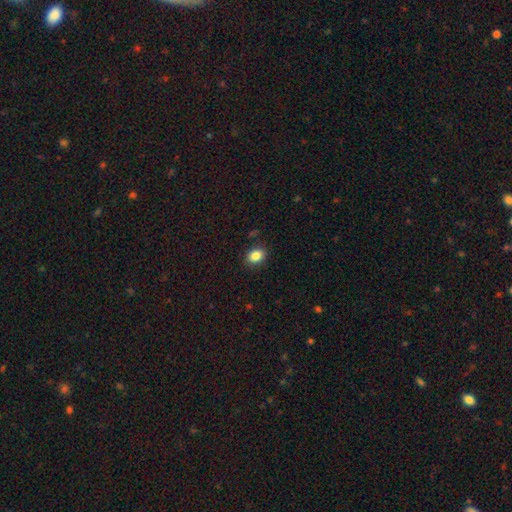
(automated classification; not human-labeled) This appears to be a smooth galaxy with no disk features (86%) that is in between round and cigar-shaped (65%). Merging: none (88%).